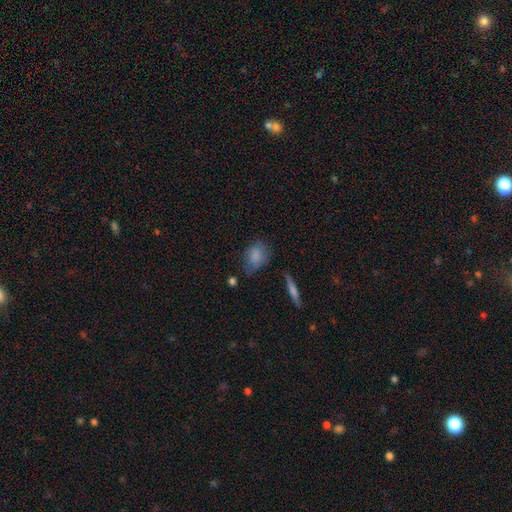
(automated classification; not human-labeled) A smooth galaxy with no disk features (81%) that is in between round and cigar-shaped (72%).

Vote fractions:
- Smooth or featured? smooth: 81% / featured or disk: 11% / star or artifact: 8%
- How rounded? in between: 72% / round: 25% / cigar-shaped: 3%
- Merging? none: 55% / minor disturbance: 32% / major disturbance: 10% / merger: 3%